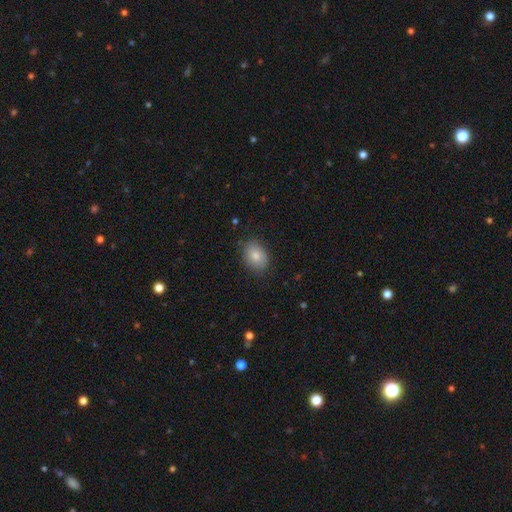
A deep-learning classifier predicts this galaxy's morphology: Smooth or featured: smooth — 81% (featured or disk — 12%)
How rounded: in between — 70% (round — 29%)
Merging: none — 82% (minor disturbance — 14%)